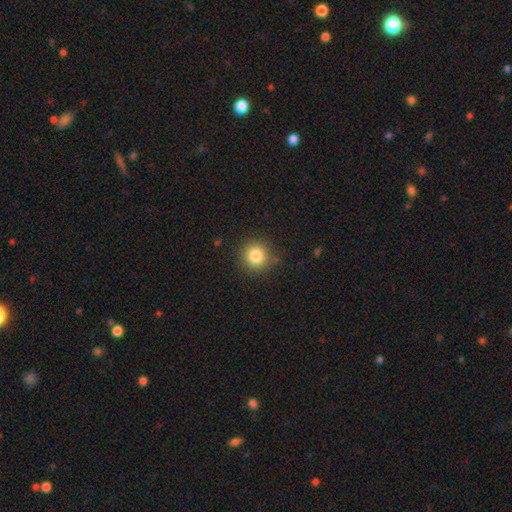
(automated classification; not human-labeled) Smooth or featured? Predicted: smooth (p=0.83). How rounded? Predicted: round (p=0.93). Merging? Predicted: none (p=0.87).